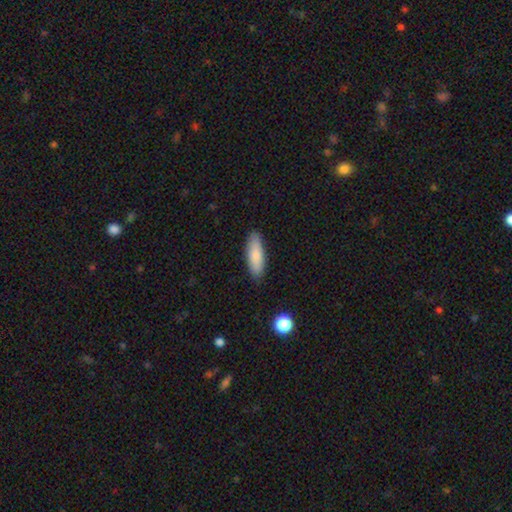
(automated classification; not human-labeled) This appears to be a smooth galaxy with no disk features (84%) that is in between round and cigar-shaped (54%). Merging: none (86%).